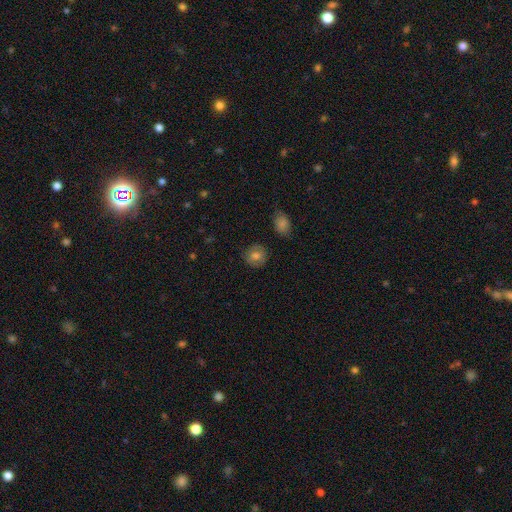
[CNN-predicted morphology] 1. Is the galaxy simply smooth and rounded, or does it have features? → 77% smooth, 15% featured or disk, 9% star or artifact.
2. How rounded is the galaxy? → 86% round, 13% in between, 1% cigar-shaped.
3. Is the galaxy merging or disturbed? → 86% none, 10% minor disturbance, 3% major disturbance, 2% merger.